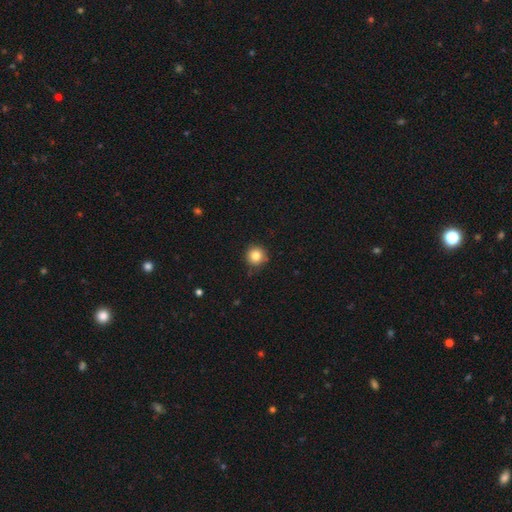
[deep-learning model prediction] Overall: smooth (83%). How rounded: round (95%). Merging: none (87%).